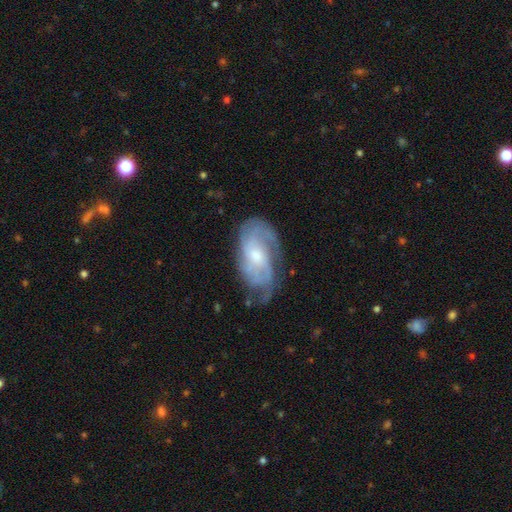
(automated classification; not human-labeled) smooth-or-featured: featured or disk: 81% | smooth: 13% | star or artifact: 6%
  disk-edge-on: no: 96% | yes: 4%
    bar: no: 62% | weak: 32% | strong: 6%
    has-spiral-arms: yes: 94% | no: 6%
      spiral-winding: tight: 49% | medium: 39% | loose: 12%
      spiral-arm-count: can't tell: 31% | 3: 24% | 2: 24% | 4: 11% | 1: 5% | more than 4: 5%
    bulge-size: small: 47% | moderate: 46% | large: 4% | none: 2% | dominant: 1%
  merging: none: 63% | minor disturbance: 24% | major disturbance: 11% | merger: 1%